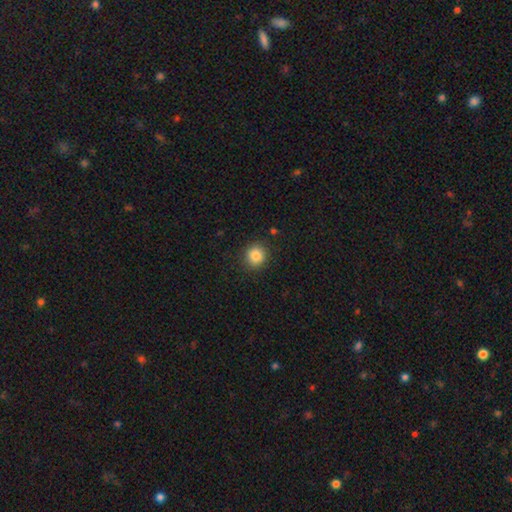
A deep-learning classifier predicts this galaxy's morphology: This appears to be a smooth galaxy with no disk features (84%) that is round (88%). Merging: none (88%).